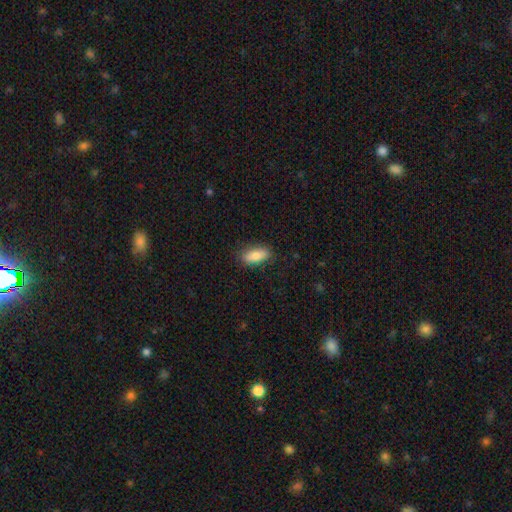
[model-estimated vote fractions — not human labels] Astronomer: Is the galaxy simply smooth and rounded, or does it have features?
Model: smooth — 84%.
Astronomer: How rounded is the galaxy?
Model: in between — 83%.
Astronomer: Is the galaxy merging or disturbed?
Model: none — 84%.